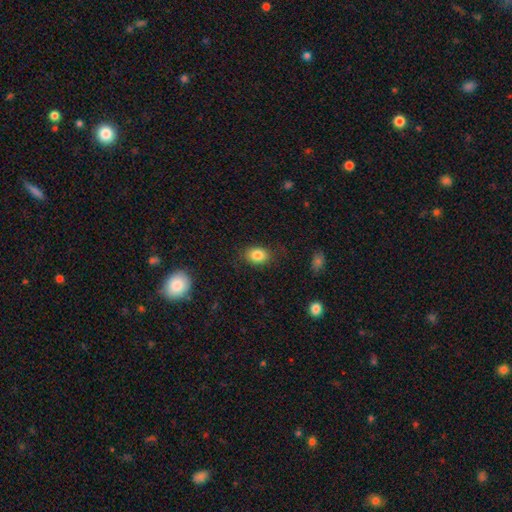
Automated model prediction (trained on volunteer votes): Smooth or featured? Predicted: smooth (p=0.85). How rounded? Predicted: in between (p=0.77). Merging? Predicted: none (p=0.83).